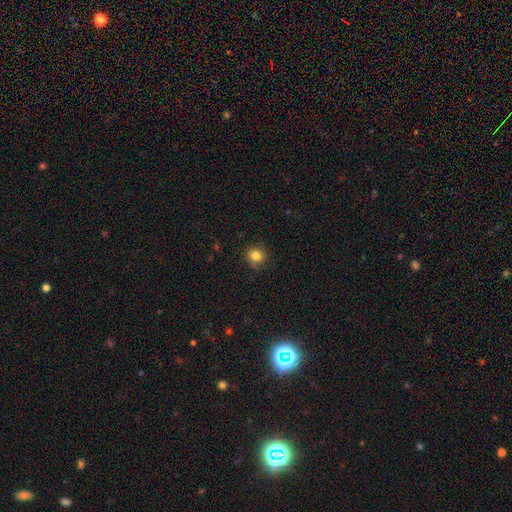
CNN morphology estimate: Smooth or featured? Predicted: smooth (p=0.82). How rounded? Predicted: round (p=0.83). Merging? Predicted: none (p=0.84).